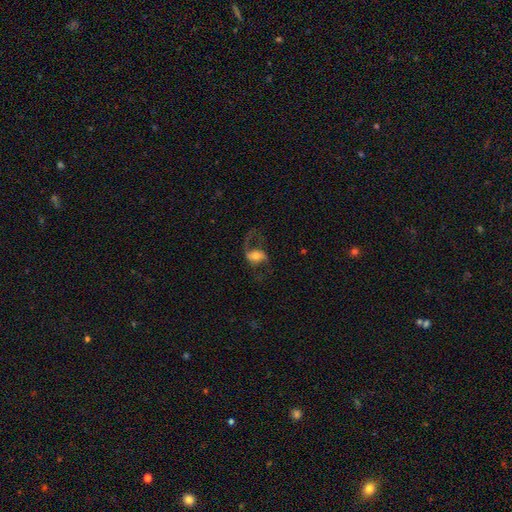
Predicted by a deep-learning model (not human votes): Smooth or featured? featured or disk (69%)
Edge-on disk? no (95%)
Bar? no (39%)
Spiral arms? yes (87%)
Spiral winding? loose (69%)
Spiral arm count? 2 (81%)
Bulge size? moderate (54%)
Merging? none (52%)